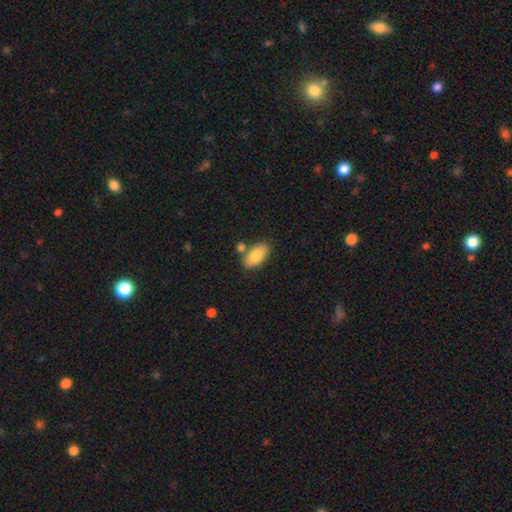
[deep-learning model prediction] Q: Smooth or featured?
A: smooth (80%); runner-up: featured or disk (14%)
Q: How rounded?
A: in between (92%); runner-up: round (4%)
Q: Merging?
A: none (70%); runner-up: merger (14%)